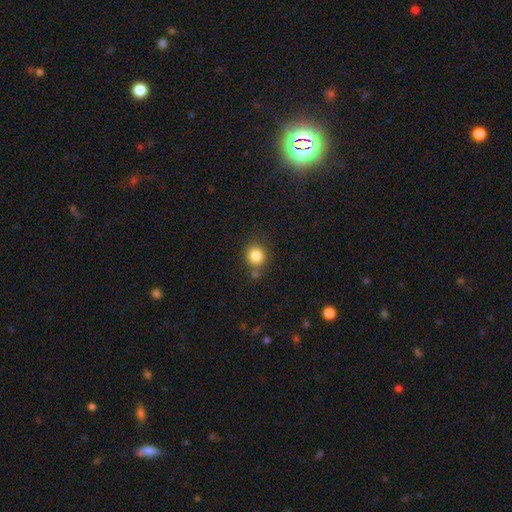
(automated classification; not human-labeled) smooth-or-featured: smooth: 84% | star or artifact: 11% | featured or disk: 6%
  how-rounded: round: 83% | in between: 16% | cigar-shaped: 1%
  merging: none: 74% | minor disturbance: 13% | merger: 9% | major disturbance: 4%